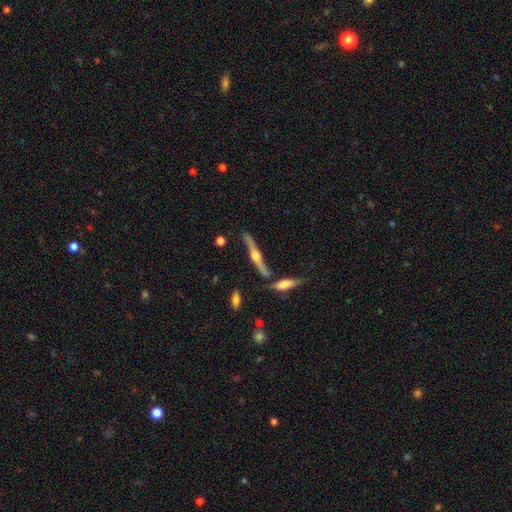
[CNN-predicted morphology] A featured or disk galaxy (80%) viewed edge-on (95%) with a rounded central bulge (94%).

Vote fractions:
- Smooth or featured? featured or disk: 80% / smooth: 13% / star or artifact: 6%
- Edge-on disk? yes: 95% / no: 5%
- Edge-on bulge? rounded: 94% / boxy: 3% / none: 3%
- Merging? none: 75% / minor disturbance: 13% / merger: 9% / major disturbance: 4%